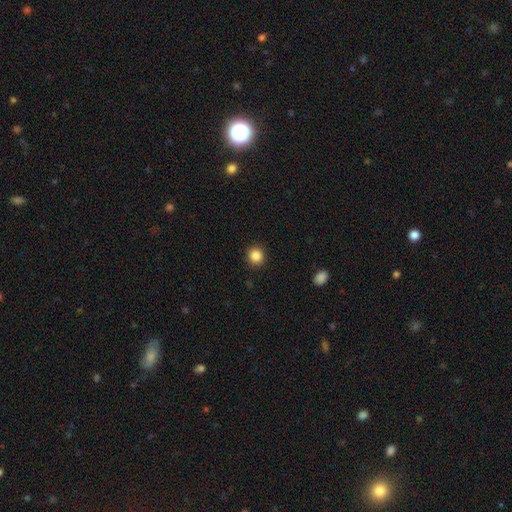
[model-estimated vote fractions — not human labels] Overall: smooth (86%). How rounded: round (91%). Merging: none (92%).